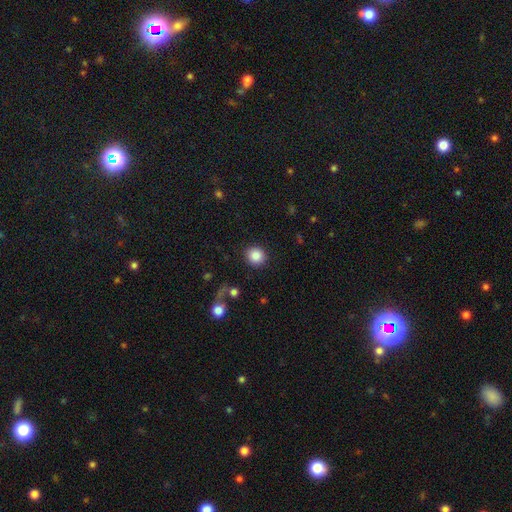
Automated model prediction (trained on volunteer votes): This appears to be a smooth galaxy with no disk features (87%) that is round (89%). Merging: none (88%).